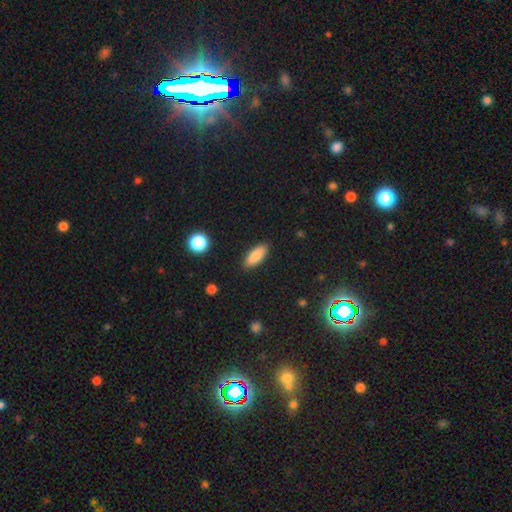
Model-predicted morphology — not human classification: A smooth galaxy with no disk features (84%) that is in between round and cigar-shaped (74%).

Vote fractions:
- Smooth or featured? smooth: 84% / featured or disk: 9% / star or artifact: 7%
- How rounded? in between: 74% / cigar-shaped: 23% / round: 2%
- Merging? none: 89% / minor disturbance: 8% / major disturbance: 2% / merger: 1%